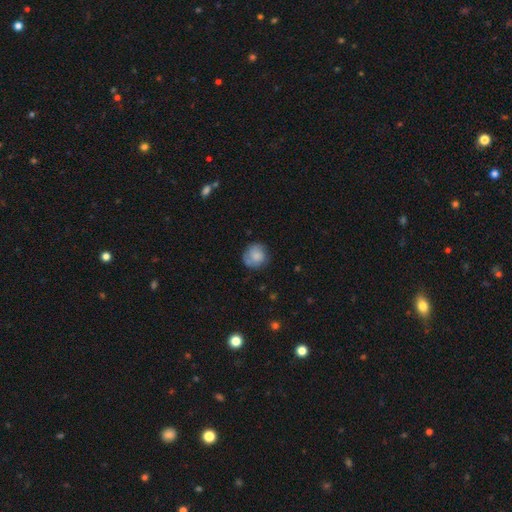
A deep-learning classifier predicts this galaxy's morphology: Smooth or featured?
  - smooth: 75% *
  - featured or disk: 17%
  - star or artifact: 8%
How rounded?
  - round: 88% *
  - in between: 11%
  - cigar-shaped: 1%
Merging?
  - none: 69% *
  - minor disturbance: 22%
  - major disturbance: 6%
  - merger: 3%